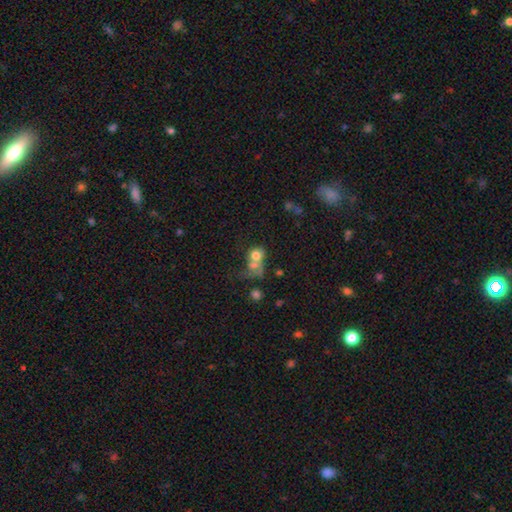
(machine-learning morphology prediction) smooth_or_featured: smooth (p=0.68) [alt: featured or disk p=0.20]
how_rounded: round (p=0.63) [alt: in between p=0.36]
merging: merger (p=0.54) [alt: none p=0.21]